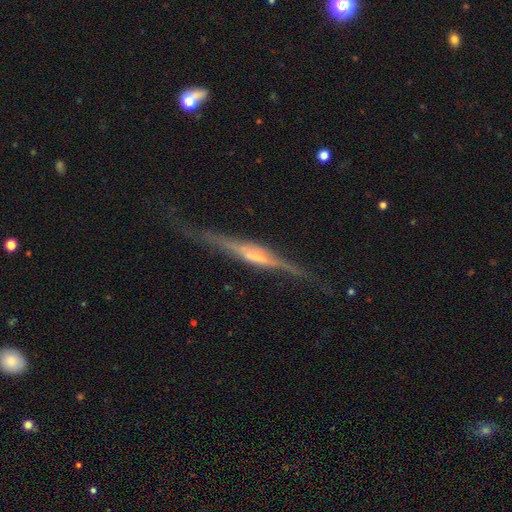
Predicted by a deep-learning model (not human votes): smooth-or-featured: featured or disk: 82% | smooth: 12% | star or artifact: 6%
  disk-edge-on: yes: 97% | no: 3%
    edge-on-bulge: rounded: 59% | boxy: 27% | none: 15%
  merging: none: 79% | minor disturbance: 15% | major disturbance: 5% | merger: 2%